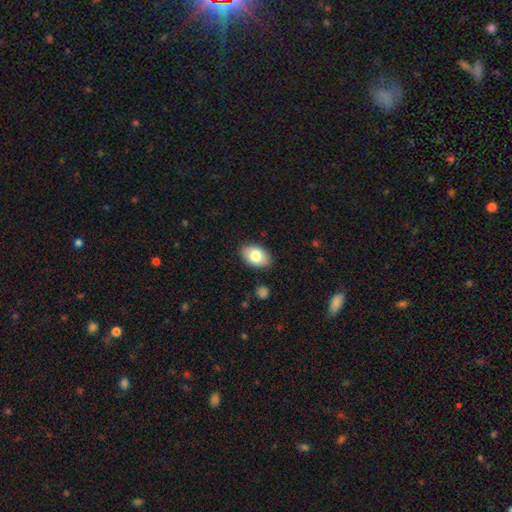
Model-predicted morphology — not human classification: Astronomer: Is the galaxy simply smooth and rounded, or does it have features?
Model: smooth — 80%.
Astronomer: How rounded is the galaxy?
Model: in between — 88%.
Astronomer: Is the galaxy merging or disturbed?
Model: none — 87%.